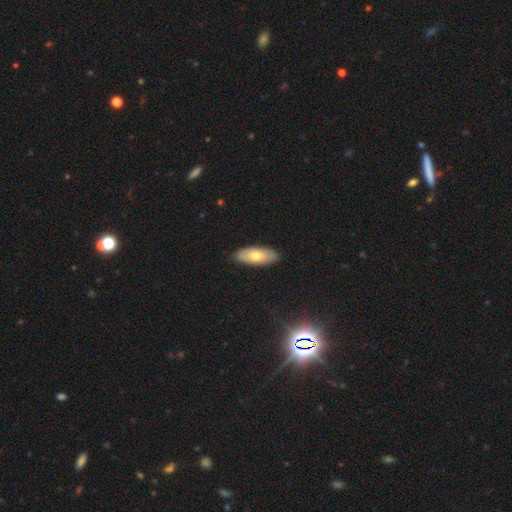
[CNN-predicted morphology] A smooth galaxy with no disk features (68%) that is in between round and cigar-shaped (82%). Merging: none (86%).